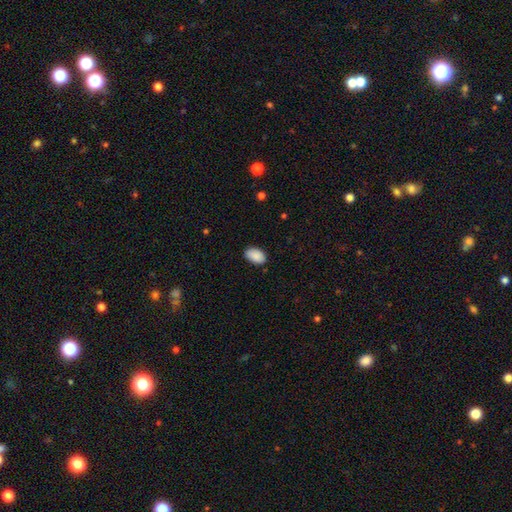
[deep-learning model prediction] smooth_or_featured: smooth (p=0.90) [alt: star or artifact p=0.07]
how_rounded: in between (p=0.93) [alt: round p=0.06]
merging: none (p=0.84) [alt: minor disturbance p=0.12]